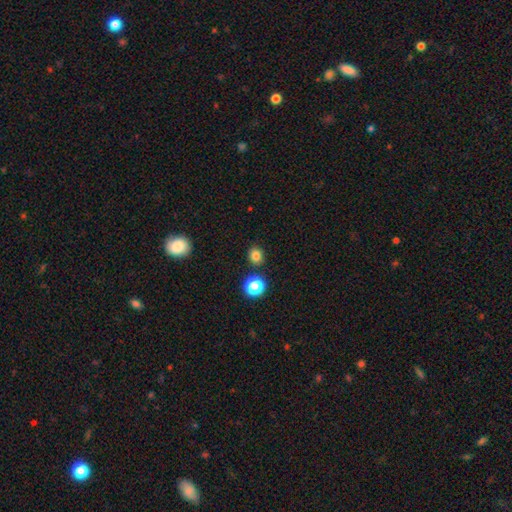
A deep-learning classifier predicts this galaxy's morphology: A smooth galaxy with no disk features (80%) that is round (79%). Merging: none (86%).